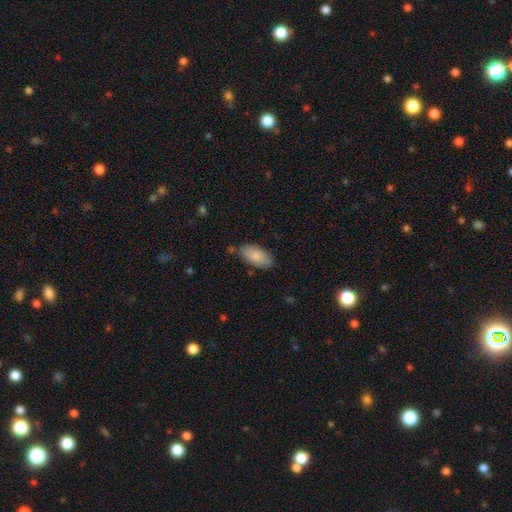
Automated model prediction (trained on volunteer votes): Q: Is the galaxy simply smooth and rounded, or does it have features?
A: smooth — 86%.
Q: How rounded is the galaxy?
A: in between — 92%.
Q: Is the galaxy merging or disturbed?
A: none — 76%.